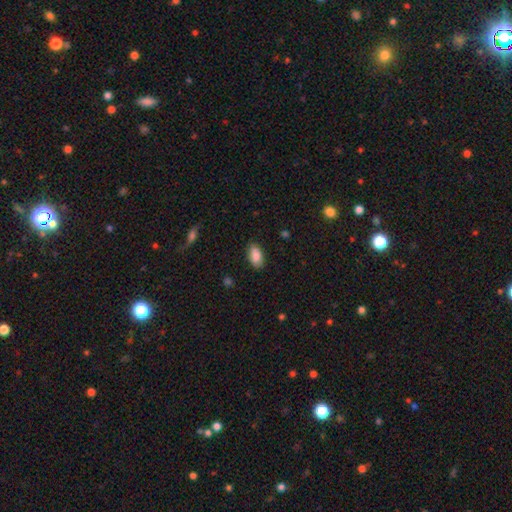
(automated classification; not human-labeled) smooth 86%, star or artifact 7%, featured or disk 6%. Down the decision tree: how rounded — in between (92%); merging — none (85%).